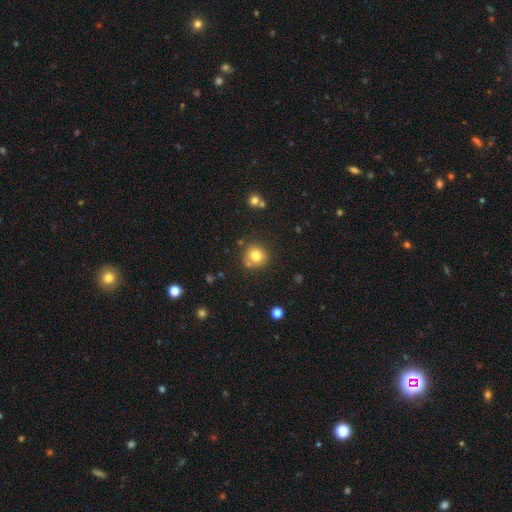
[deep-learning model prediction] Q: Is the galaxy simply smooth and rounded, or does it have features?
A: smooth — 78%.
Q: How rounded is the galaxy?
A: round — 89%.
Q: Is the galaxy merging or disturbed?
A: none — 73%.